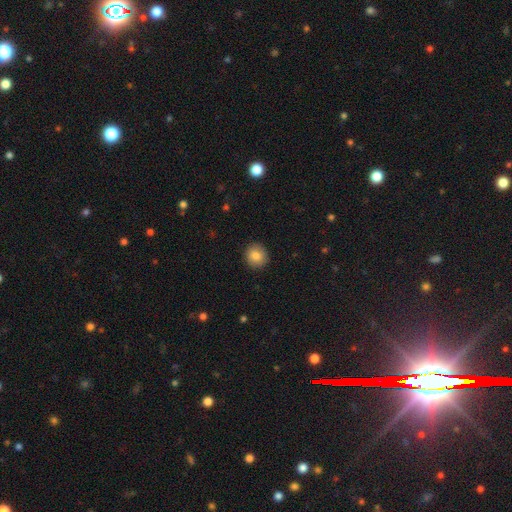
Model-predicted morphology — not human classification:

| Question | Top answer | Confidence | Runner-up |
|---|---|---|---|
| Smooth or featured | smooth | 84% | star or artifact (9%) |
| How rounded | round | 88% | in between (11%) |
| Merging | none | 90% | minor disturbance (7%) |